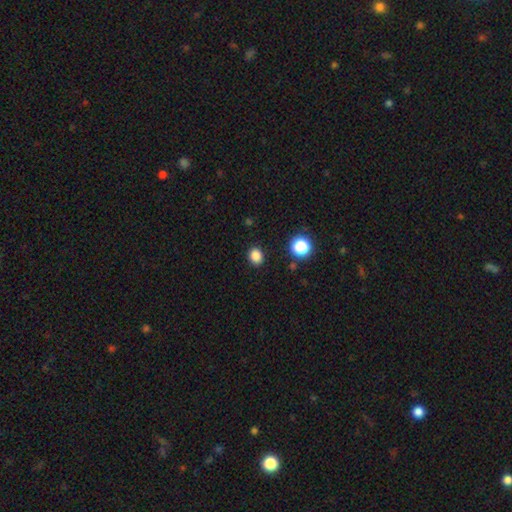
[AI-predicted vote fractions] smooth-or-featured: smooth: 85% | star or artifact: 12% | featured or disk: 3%
  how-rounded: round: 58% | in between: 41% | cigar-shaped: 1%
  merging: none: 89% | minor disturbance: 7% | major disturbance: 2% | merger: 2%